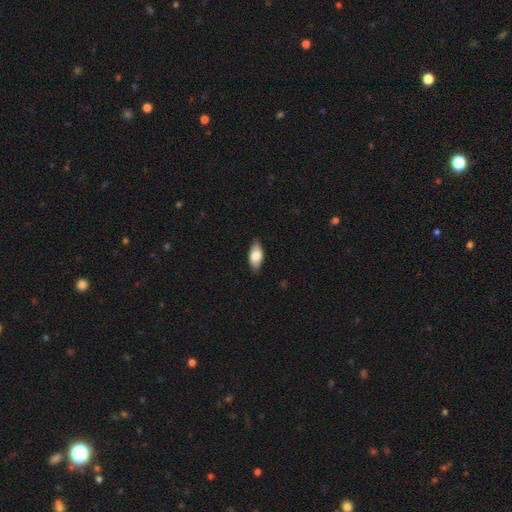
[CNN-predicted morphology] A smooth galaxy with no disk features (74%) that is in between round and cigar-shaped (89%). Merging: none (85%).